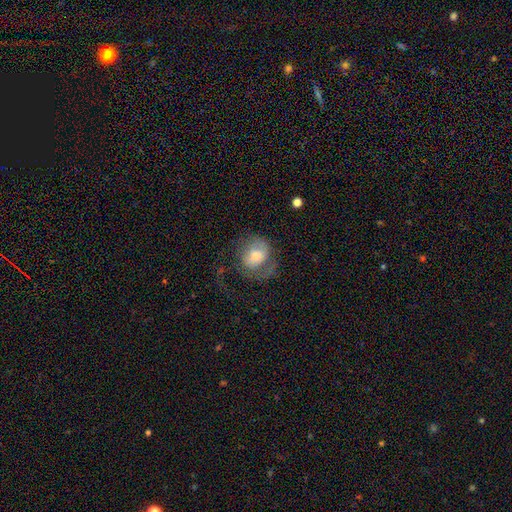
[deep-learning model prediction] The model was most divided on "smooth or featured": smooth: 47%, featured or disk: 44%, star or artifact: 8%. Remaining: merging — none (41%).